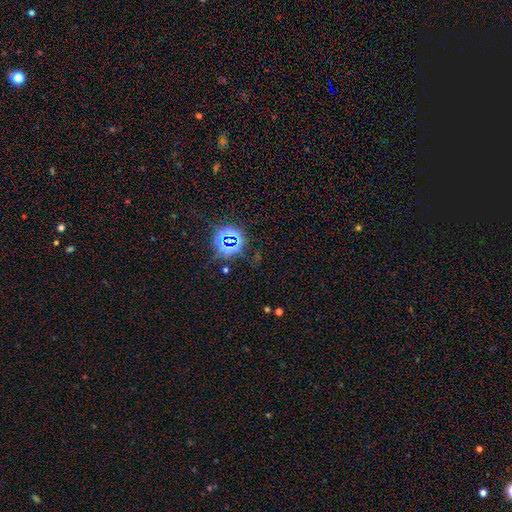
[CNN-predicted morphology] star or artifact 79%, smooth 13%, featured or disk 8%.